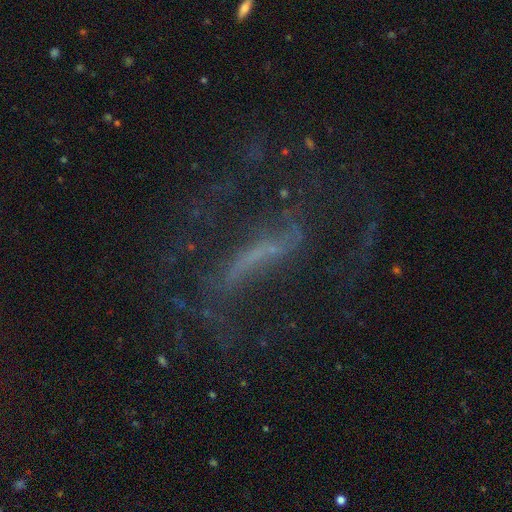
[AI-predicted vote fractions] This is likely a featured or disk galaxy (66%). It is likely not viewed edge-on (78%). Bar: possibly strong (46%). Spiral arm pattern: likely yes (67%). Central bulge: marginally small (45%). Merging: possibly none (50%).